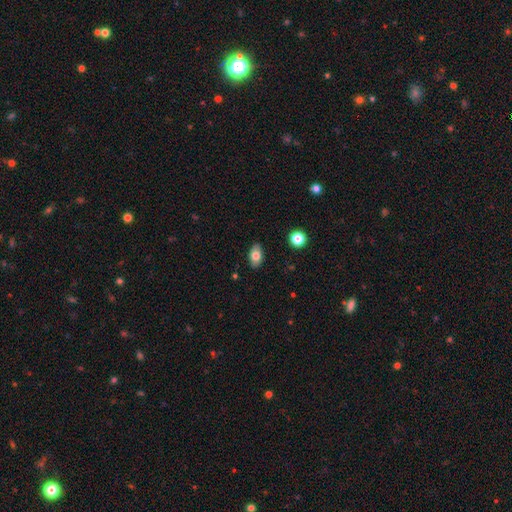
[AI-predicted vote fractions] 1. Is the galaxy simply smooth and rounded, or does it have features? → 77% smooth, 15% featured or disk, 8% star or artifact.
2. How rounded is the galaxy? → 89% in between, 8% round, 2% cigar-shaped.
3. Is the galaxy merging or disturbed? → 87% none, 10% minor disturbance, 2% major disturbance, 1% merger.